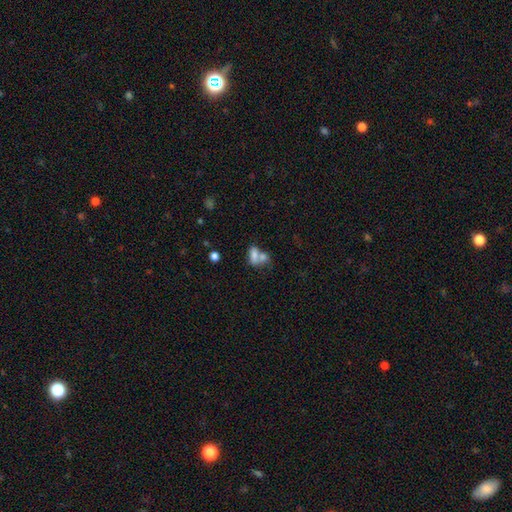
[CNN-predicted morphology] Q: Smooth or featured?
A: smooth (73%); runner-up: featured or disk (17%)
Q: How rounded?
A: in between (80%); runner-up: round (15%)
Q: Merging?
A: merger (62%); runner-up: none (23%)